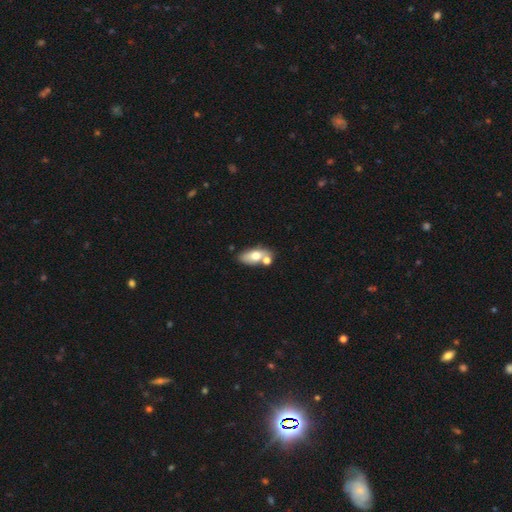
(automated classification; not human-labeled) Smooth or featured? Predicted: smooth (p=0.64). How rounded? Predicted: in between (p=0.85). Merging? Predicted: none (p=0.54).